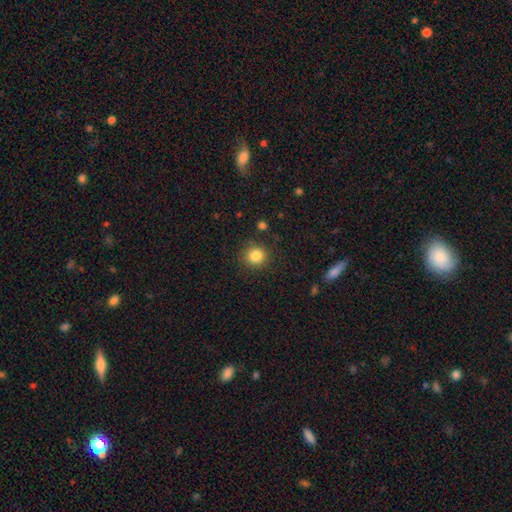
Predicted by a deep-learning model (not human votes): This appears to be a smooth galaxy with no disk features (84%) that is round (91%). Merging: none (88%).